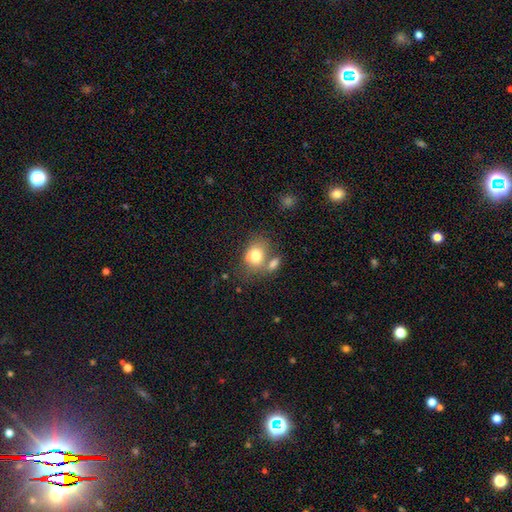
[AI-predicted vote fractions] Q: Smooth or featured?
A: smooth (75%); runner-up: featured or disk (16%)
Q: How rounded?
A: in between (55%); runner-up: round (44%)
Q: Merging?
A: none (40%); runner-up: merger (35%)